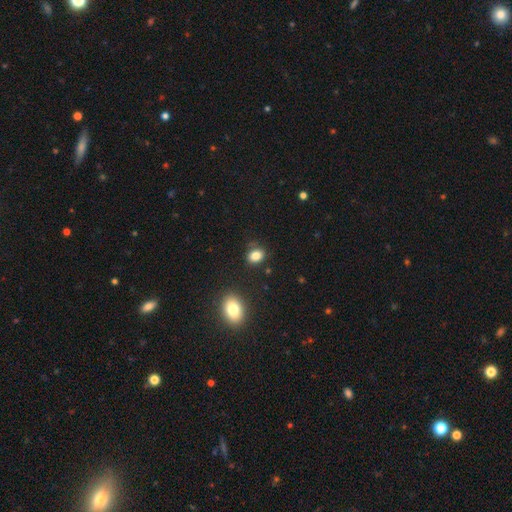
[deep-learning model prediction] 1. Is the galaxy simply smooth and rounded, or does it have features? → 84% smooth, 11% star or artifact, 6% featured or disk.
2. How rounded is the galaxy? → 60% in between, 39% round, 1% cigar-shaped.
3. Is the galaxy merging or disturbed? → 77% none, 15% minor disturbance, 4% major disturbance, 3% merger.